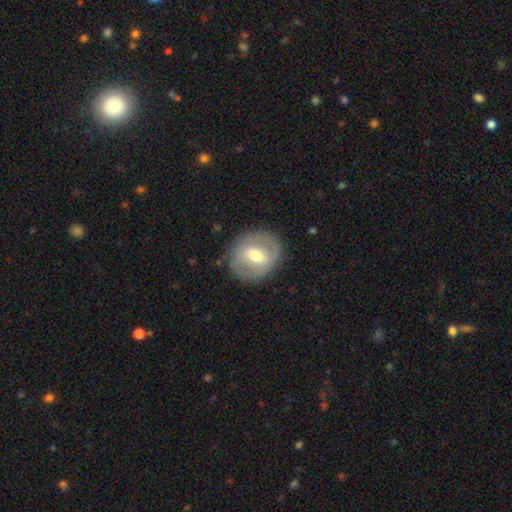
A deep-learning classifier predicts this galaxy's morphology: smooth-or-featured: featured or disk: 58% | smooth: 36% | star or artifact: 6%
  disk-edge-on: no: 94% | yes: 6%
    bar: weak: 48% | strong: 33% | no: 19%
    has-spiral-arms: no: 51% | yes: 49%
    bulge-size: moderate: 69% | small: 21% | large: 8% | none: 1% | dominant: 1%
  merging: none: 81% | minor disturbance: 13% | major disturbance: 5% | merger: 1%